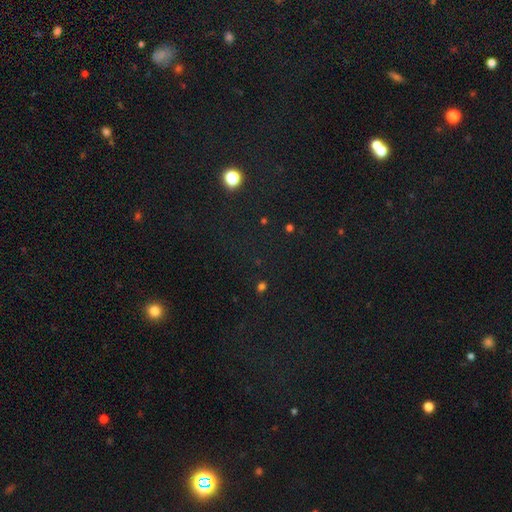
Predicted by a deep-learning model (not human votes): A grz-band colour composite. It shows a star or artifact, not a galaxy (71%).